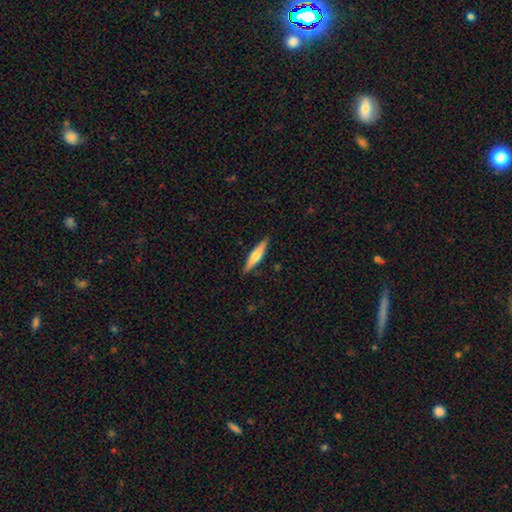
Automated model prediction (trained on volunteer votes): A smooth galaxy with no disk features (54%) that is cigar-shaped (85%).

Vote fractions:
- Smooth or featured? smooth: 54% / featured or disk: 40% / star or artifact: 5%
- How rounded? cigar-shaped: 85% / in between: 14% / round: 1%
- Merging? none: 88% / minor disturbance: 9% / major disturbance: 2% / merger: 1%